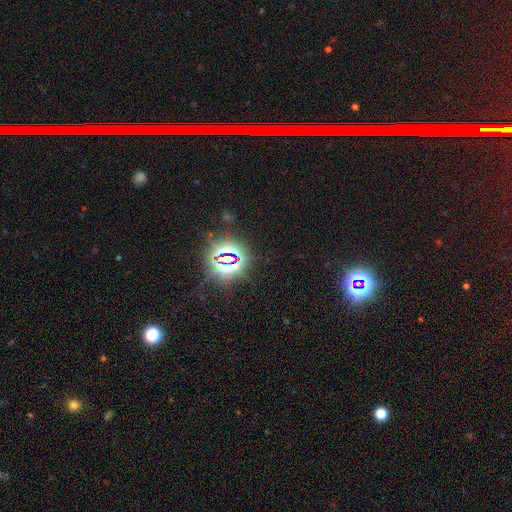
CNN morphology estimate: smooth-or-featured: star or artifact: 78% | smooth: 14% | featured or disk: 7%